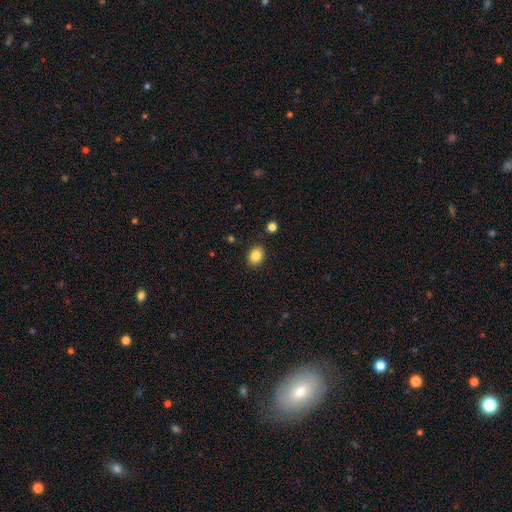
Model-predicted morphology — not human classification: Smooth or featured?
  - smooth: 85% *
  - star or artifact: 9%
  - featured or disk: 6%
How rounded?
  - in between: 61% *
  - round: 38%
  - cigar-shaped: 1%
Merging?
  - none: 88% *
  - minor disturbance: 8%
  - major disturbance: 2%
  - merger: 2%